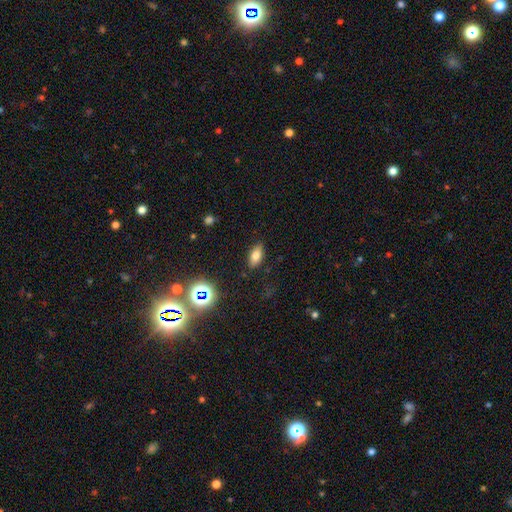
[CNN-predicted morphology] A smooth galaxy with no disk features (74%) that is in between round and cigar-shaped (88%).

Vote fractions:
- Smooth or featured? smooth: 74% / star or artifact: 14% / featured or disk: 12%
- How rounded? in between: 88% / cigar-shaped: 7% / round: 5%
- Merging? none: 86% / minor disturbance: 10% / major disturbance: 3% / merger: 2%